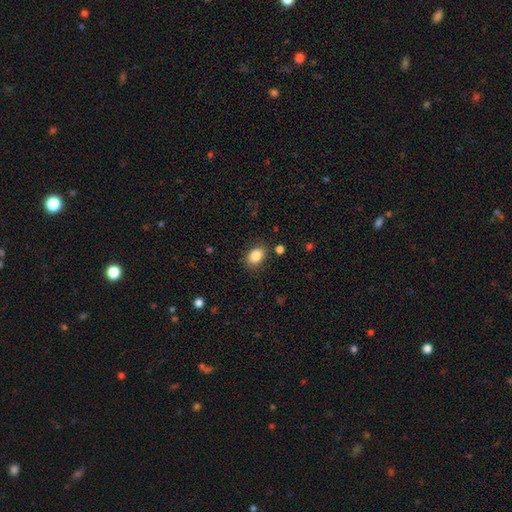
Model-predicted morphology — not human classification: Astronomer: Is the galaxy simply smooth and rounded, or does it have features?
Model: smooth — 85%.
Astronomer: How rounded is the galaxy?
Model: in between — 75%.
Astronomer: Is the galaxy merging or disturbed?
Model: none — 81%.